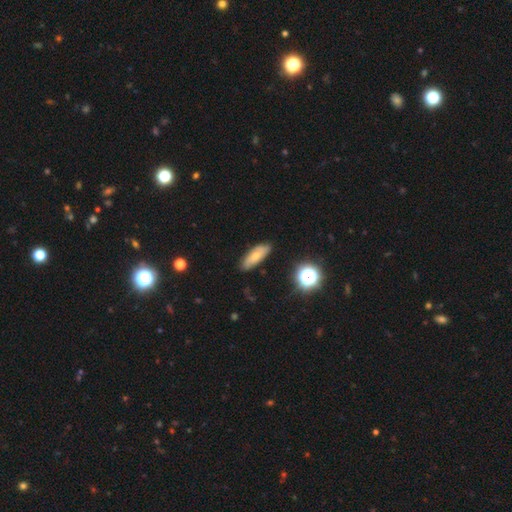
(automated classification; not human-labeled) Smooth or featured? smooth (65%)
How rounded? in between (61%)
Merging? none (82%)